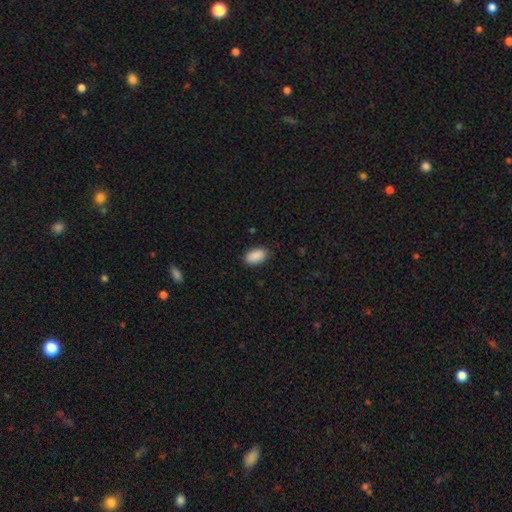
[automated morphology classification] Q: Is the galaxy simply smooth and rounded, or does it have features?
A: smooth — 90%.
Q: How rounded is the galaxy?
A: in between — 94%.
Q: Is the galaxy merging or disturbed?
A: none — 85%.